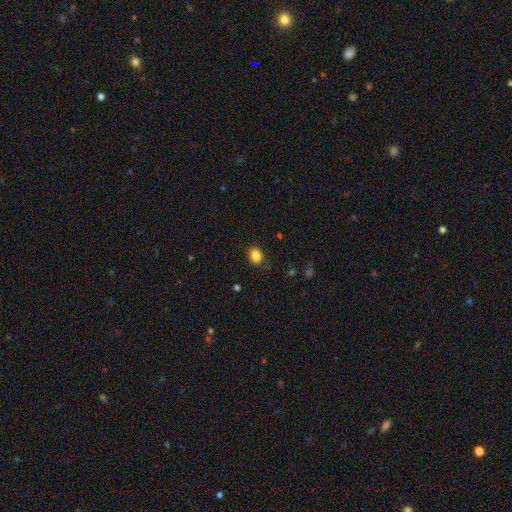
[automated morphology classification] type=smooth (85%); roundness=in between (50%); merging=none (85%).